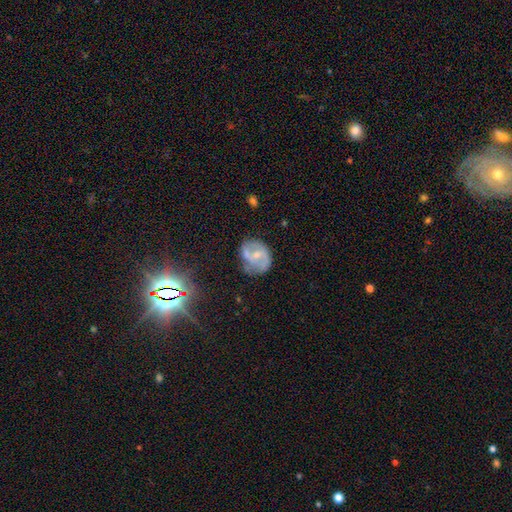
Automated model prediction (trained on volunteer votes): This appears to be a featured or disk galaxy (67%) with a weak bar (43%), spiral arms (76%) and a small central bulge (55%). Merging: none (57%).